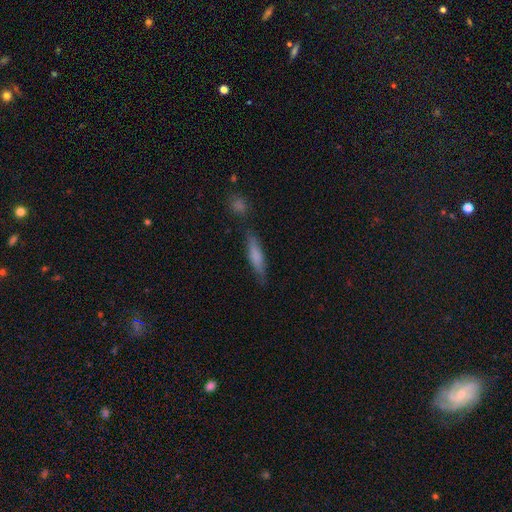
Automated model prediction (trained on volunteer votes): Overall: smooth (69%). How rounded: cigar-shaped (80%). Merging: none (74%).